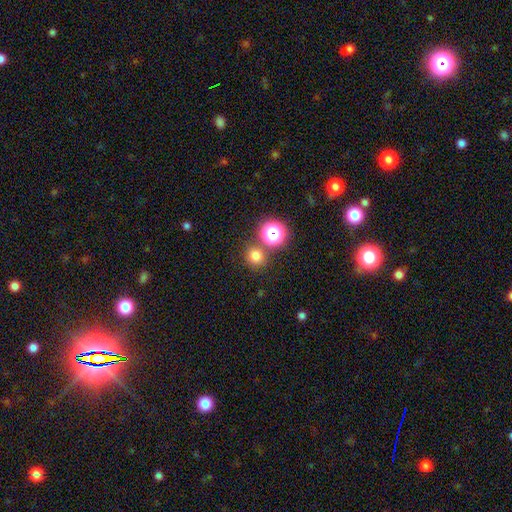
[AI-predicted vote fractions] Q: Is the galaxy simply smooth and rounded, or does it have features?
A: smooth — 73%.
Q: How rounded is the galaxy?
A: round — 89%.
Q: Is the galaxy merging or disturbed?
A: none — 76%.